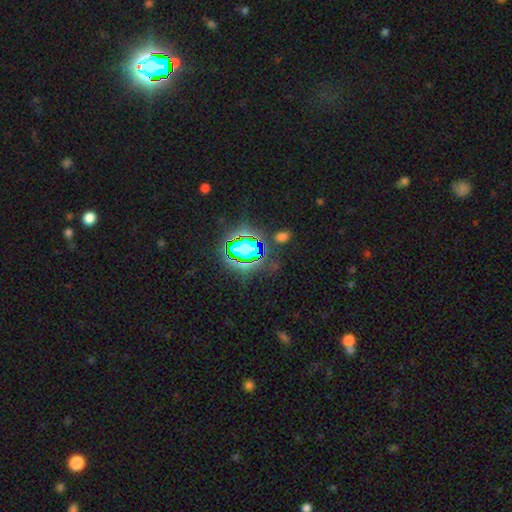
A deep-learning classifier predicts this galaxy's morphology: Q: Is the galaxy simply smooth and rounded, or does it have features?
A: star or artifact — 69%.